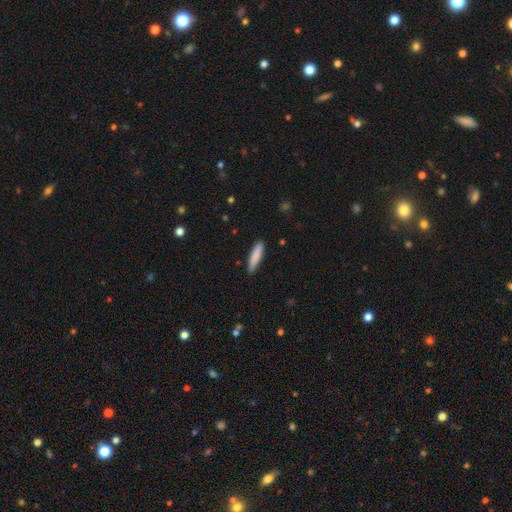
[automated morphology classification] Smooth or featured: smooth — 86% (featured or disk — 9%)
How rounded: cigar-shaped — 79% (in between — 20%)
Merging: none — 86% (minor disturbance — 11%)